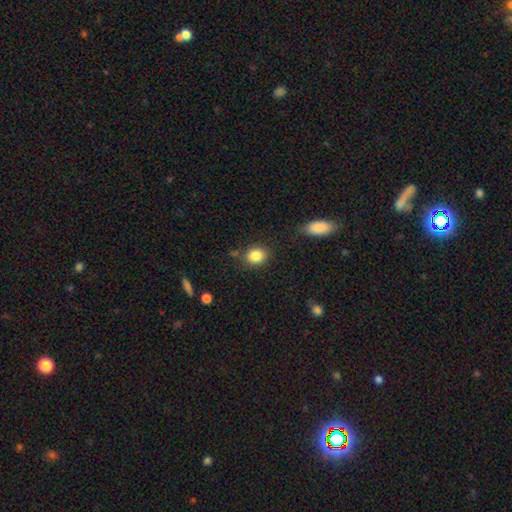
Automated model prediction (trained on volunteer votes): Q: Smooth or featured?
A: smooth (85%); runner-up: star or artifact (9%)
Q: How rounded?
A: round (62%); runner-up: in between (37%)
Q: Merging?
A: none (81%); runner-up: minor disturbance (12%)